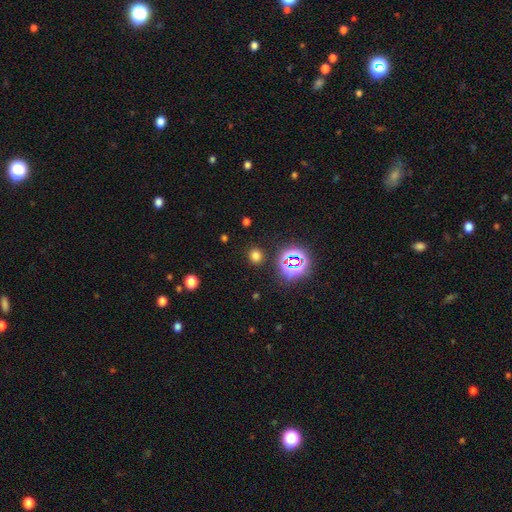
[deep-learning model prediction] Smooth or featured? Predicted: smooth (p=0.68). How rounded? Predicted: round (p=0.85). Merging? Predicted: none (p=0.88).